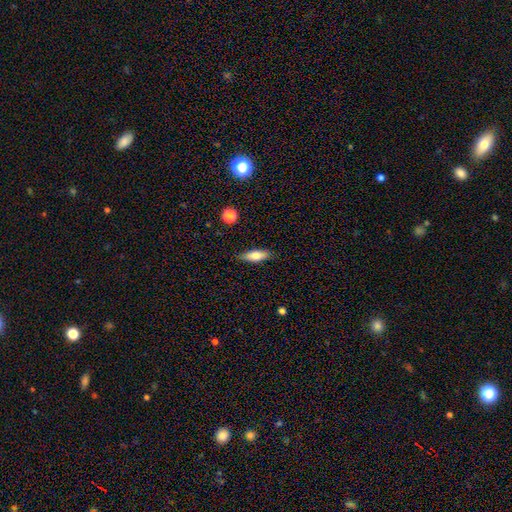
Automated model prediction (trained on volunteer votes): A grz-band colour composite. It shows a smooth galaxy with no disk features (75%) that is in between round and cigar-shaped (63%). Merging: none (86%).